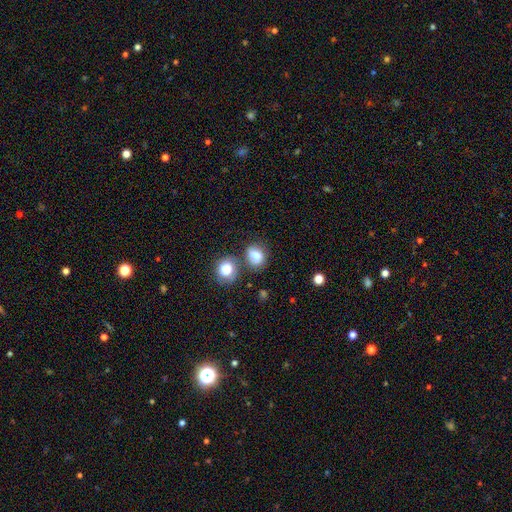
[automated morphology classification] Smooth or featured? Predicted: smooth (p=0.74). How rounded? Predicted: round (p=0.55). Merging? Predicted: none (p=0.56).